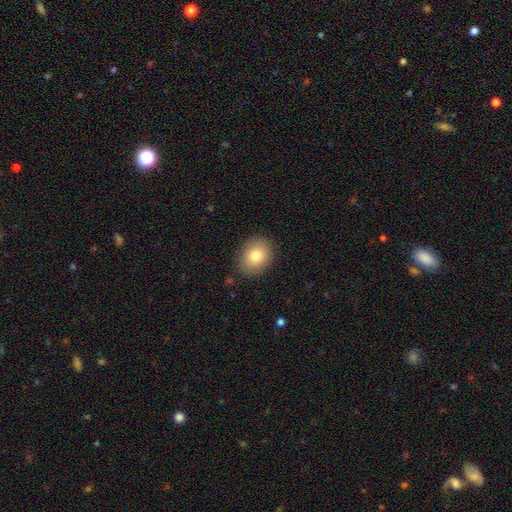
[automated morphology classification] A smooth galaxy with no disk features (81%) that is in between round and cigar-shaped (55%).

Vote fractions:
- Smooth or featured? smooth: 81% / featured or disk: 10% / star or artifact: 8%
- How rounded? in between: 55% / round: 44% / cigar-shaped: 1%
- Merging? none: 86% / minor disturbance: 10% / major disturbance: 3% / merger: 1%